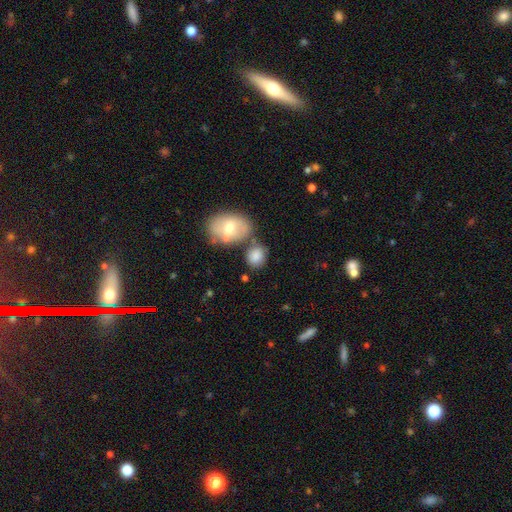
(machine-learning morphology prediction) The model was most divided on "how rounded": round: 58%, in between: 41%, cigar-shaped: 1%. More confident: smooth or featured — smooth (81%); merging — none (57%).